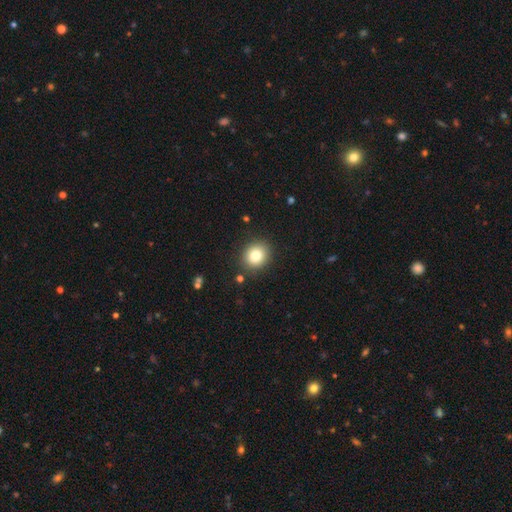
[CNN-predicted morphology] The model was most divided on "how rounded": round: 73%, in between: 26%, cigar-shaped: 1%. More confident: merging — none (88%); smooth or featured — smooth (83%).